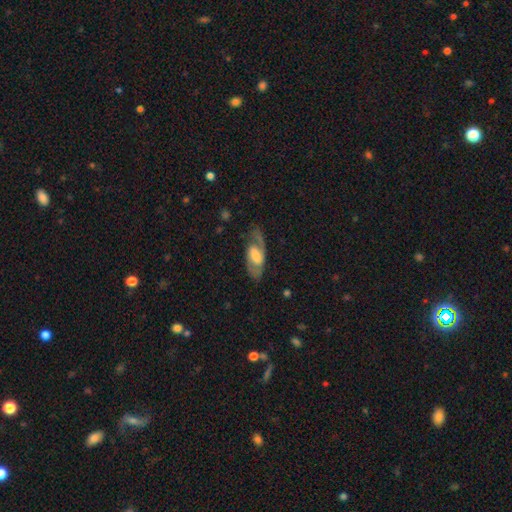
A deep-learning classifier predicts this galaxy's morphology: This is likely a featured or disk galaxy (72%). It is clearly not viewed edge-on (91%). Bar: possibly weak (46%). Spiral arm pattern: clearly yes (83%). Spiral arm count: clearly 2 (84%). Spiral winding: possibly medium (52%). Central bulge: marginally moderate (40%). Merging: likely none (74%).